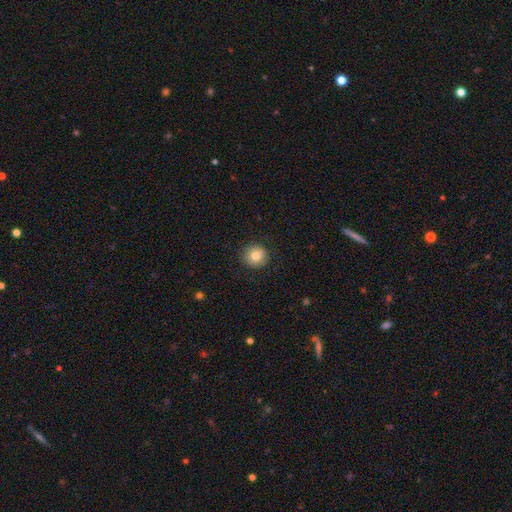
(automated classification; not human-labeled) Morphology: type=smooth (80%); roundness=round (93%); merging=none (90%).